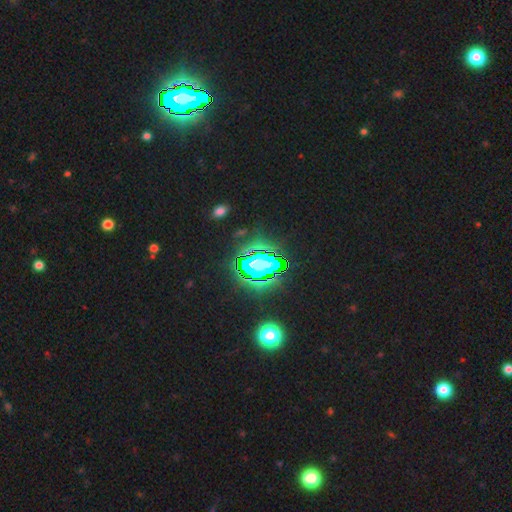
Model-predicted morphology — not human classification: Smooth or featured? star or artifact (80%)